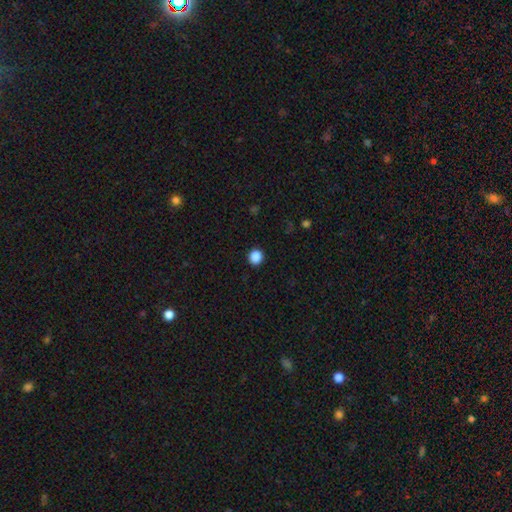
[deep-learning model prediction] smooth_or_featured: smooth (p=0.87) [alt: star or artifact p=0.10]
how_rounded: round (p=0.87) [alt: in between p=0.12]
merging: none (p=0.92) [alt: minor disturbance p=0.05]